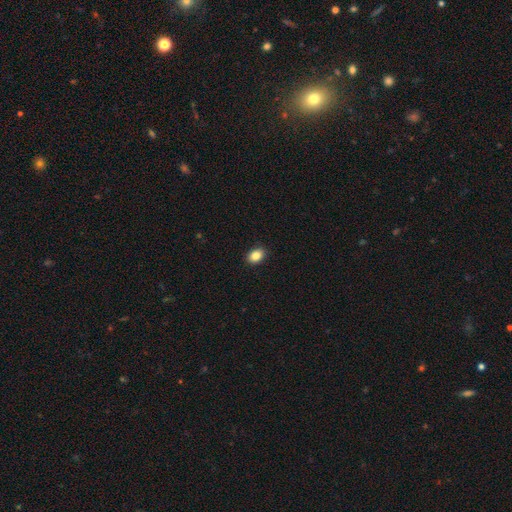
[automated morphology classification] smooth_or_featured: smooth (p=0.86) [alt: star or artifact p=0.09]
how_rounded: in between (p=0.75) [alt: round p=0.24]
merging: none (p=0.90) [alt: minor disturbance p=0.07]